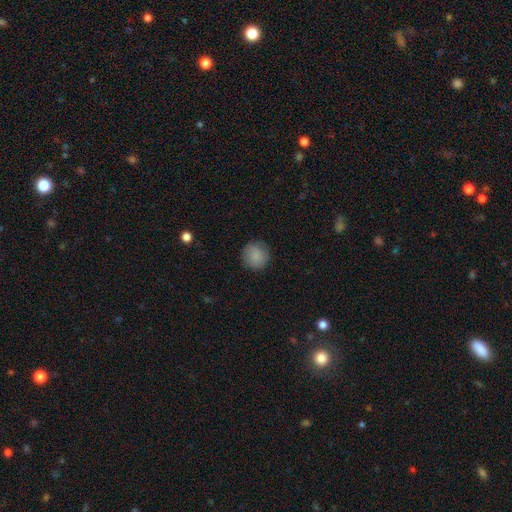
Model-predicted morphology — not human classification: A smooth galaxy with no disk features (87%) that is round (94%).

Vote fractions:
- Smooth or featured? smooth: 87% / star or artifact: 8% / featured or disk: 5%
- How rounded? round: 94% / in between: 5% / cigar-shaped: 1%
- Merging? none: 87% / minor disturbance: 9% / major disturbance: 3% / merger: 1%